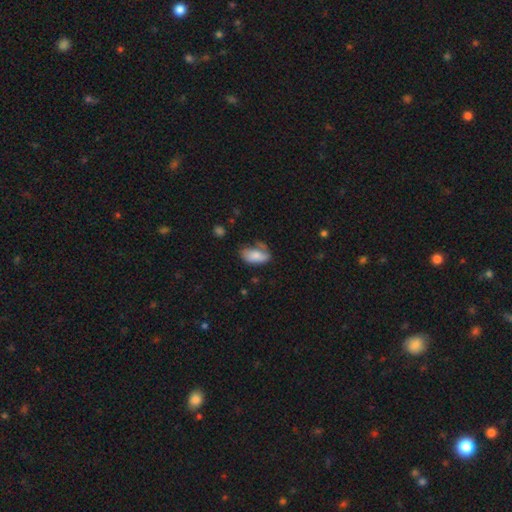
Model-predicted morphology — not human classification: This appears to be a smooth galaxy with no disk features (73%) that is in between round and cigar-shaped (92%). Merging: none (40%).